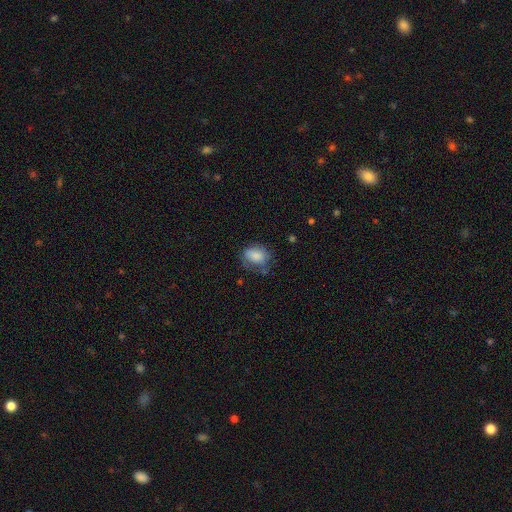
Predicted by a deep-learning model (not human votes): Smooth or featured? Predicted: smooth (p=0.80). How rounded? Predicted: in between (p=0.72). Merging? Predicted: none (p=0.48).